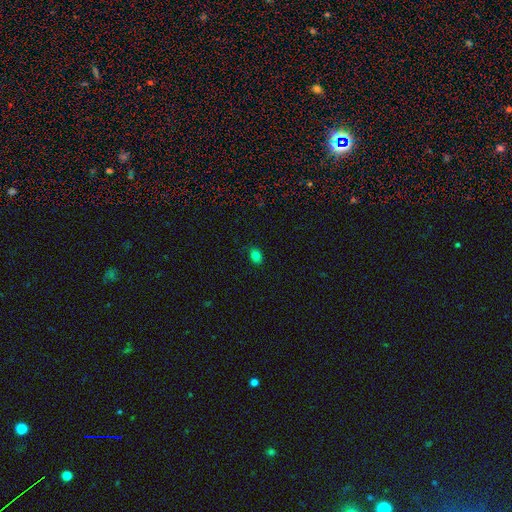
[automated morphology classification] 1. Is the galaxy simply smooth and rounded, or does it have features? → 81% smooth, 13% star or artifact, 6% featured or disk.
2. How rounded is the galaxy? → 69% in between, 30% round, 1% cigar-shaped.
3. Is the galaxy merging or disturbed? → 86% none, 11% minor disturbance, 2% major disturbance, 1% merger.